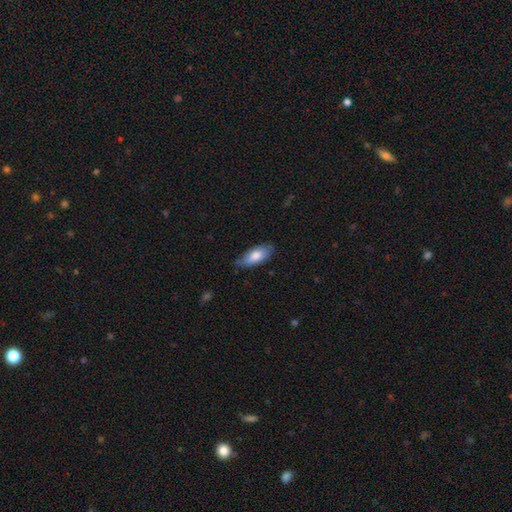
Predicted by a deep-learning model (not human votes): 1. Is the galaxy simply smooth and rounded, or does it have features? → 78% smooth, 16% featured or disk, 6% star or artifact.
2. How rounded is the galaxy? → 85% in between, 13% cigar-shaped, 2% round.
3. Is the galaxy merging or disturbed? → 67% none, 27% minor disturbance, 4% major disturbance, 1% merger.